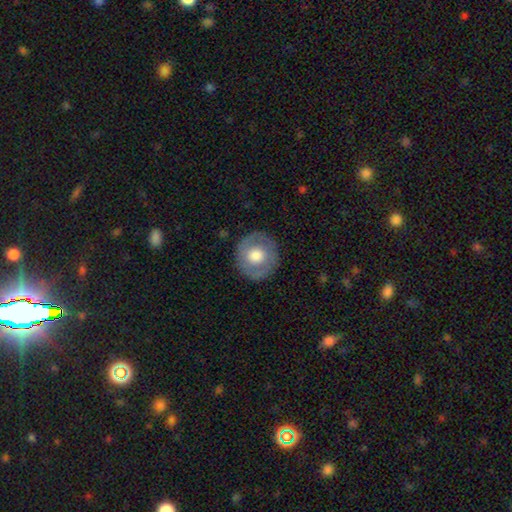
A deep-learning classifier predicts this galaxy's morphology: A smooth galaxy with no disk features (60%) that is round (91%).

Vote fractions:
- Smooth or featured? smooth: 60% / featured or disk: 33% / star or artifact: 6%
- How rounded? round: 91% / in between: 8% / cigar-shaped: 1%
- Merging? none: 86% / minor disturbance: 10% / major disturbance: 4% / merger: 1%